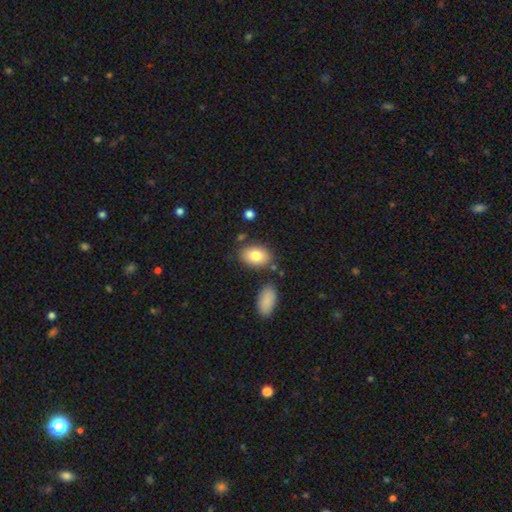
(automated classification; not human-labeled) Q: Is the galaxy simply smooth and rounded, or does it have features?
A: smooth — 81%.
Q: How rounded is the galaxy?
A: in between — 83%.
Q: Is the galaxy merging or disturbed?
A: none — 77%.